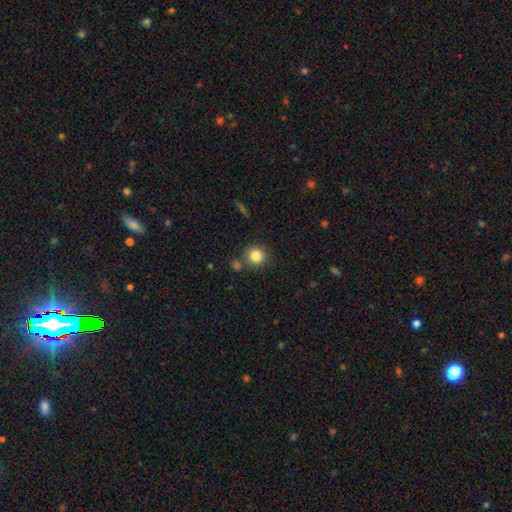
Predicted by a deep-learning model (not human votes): Smooth or featured? smooth (84%)
How rounded? round (92%)
Merging? none (76%)